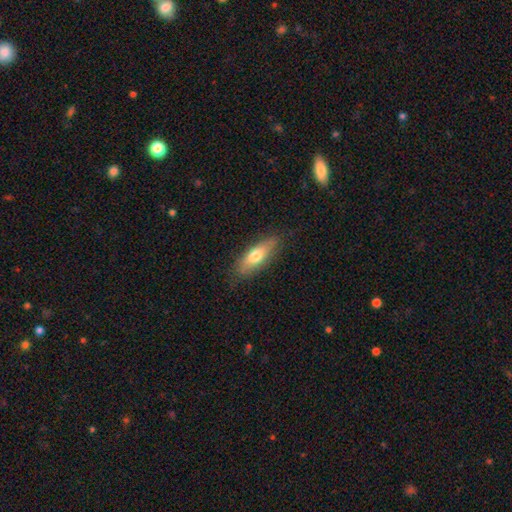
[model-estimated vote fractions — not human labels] Q: Smooth or featured?
A: smooth (68%); runner-up: featured or disk (26%)
Q: How rounded?
A: in between (58%); runner-up: cigar-shaped (40%)
Q: Merging?
A: none (81%); runner-up: minor disturbance (14%)